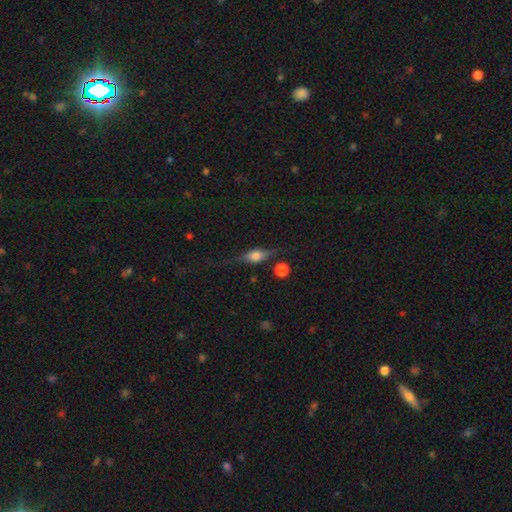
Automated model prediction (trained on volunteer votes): This appears to be a featured or disk galaxy (62%) viewed edge-on (93%) with a rounded central bulge (89%). Merging: none (73%).